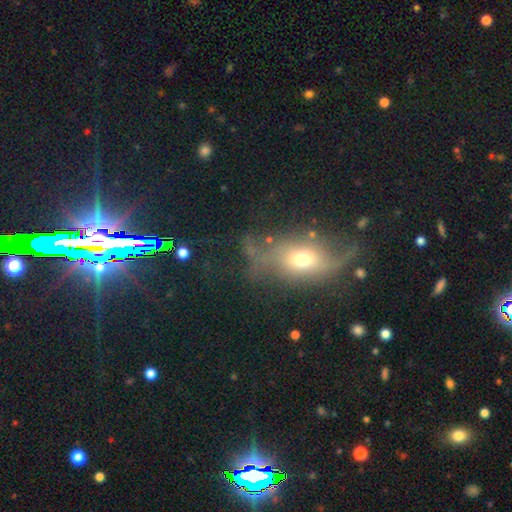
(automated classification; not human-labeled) This appears to be a featured or disk galaxy (41%). Merging: none (50%).